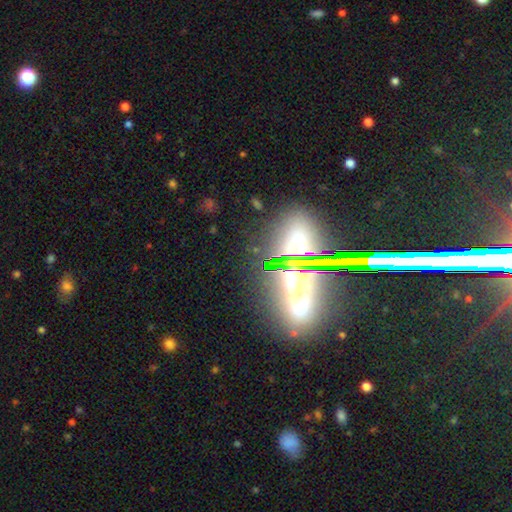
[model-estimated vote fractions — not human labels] The model was most divided on "smooth or featured": star or artifact: 54%, featured or disk: 28%, smooth: 18%.